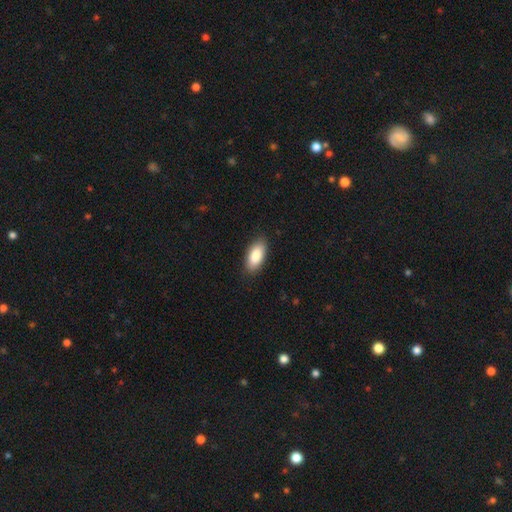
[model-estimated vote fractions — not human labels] The model was most divided on "merging": none: 86%, minor disturbance: 11%, major disturbance: 2%, merger: 1%. More confident: how rounded — in between (89%); smooth or featured — smooth (87%).